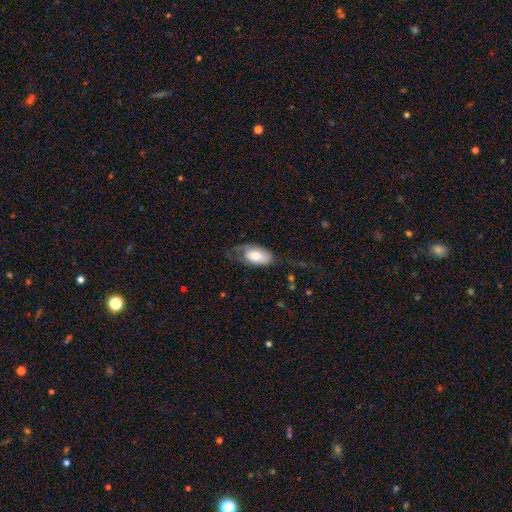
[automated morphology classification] smooth-or-featured: smooth: 63% | featured or disk: 31% | star or artifact: 6%
  how-rounded: in between: 93% | round: 5% | cigar-shaped: 2%
  merging: none: 44% | major disturbance: 27% | minor disturbance: 27% | merger: 2%